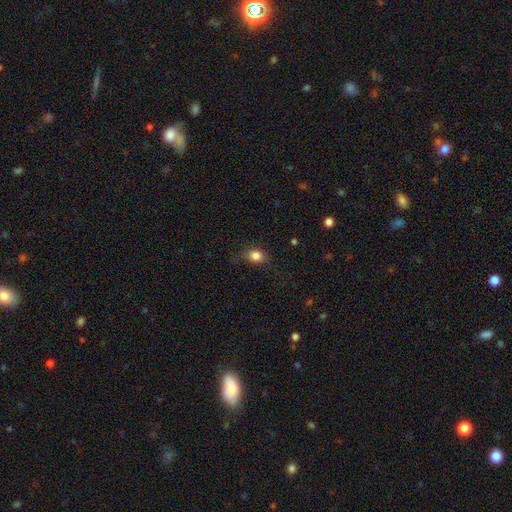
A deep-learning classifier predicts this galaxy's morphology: The model was most divided on "how rounded": round: 55%, in between: 43%, cigar-shaped: 2%. More confident: smooth or featured — smooth (82%); merging — none (70%).